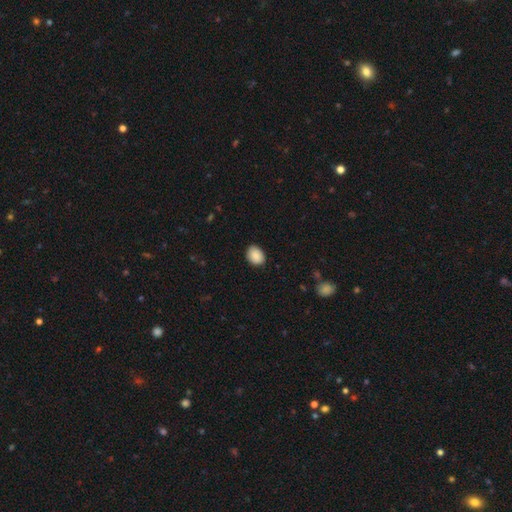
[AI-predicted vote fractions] This appears to be a smooth galaxy with no disk features (90%) that is in between round and cigar-shaped (64%). Merging: none (86%).